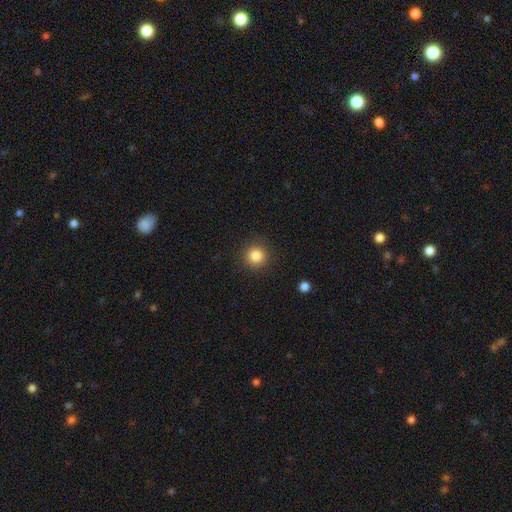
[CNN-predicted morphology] A smooth galaxy with no disk features (84%) that is round (94%).

Vote fractions:
- Smooth or featured? smooth: 84% / star or artifact: 11% / featured or disk: 5%
- How rounded? round: 94% / in between: 5% / cigar-shaped: 1%
- Merging? none: 91% / minor disturbance: 6% / major disturbance: 2% / merger: 1%